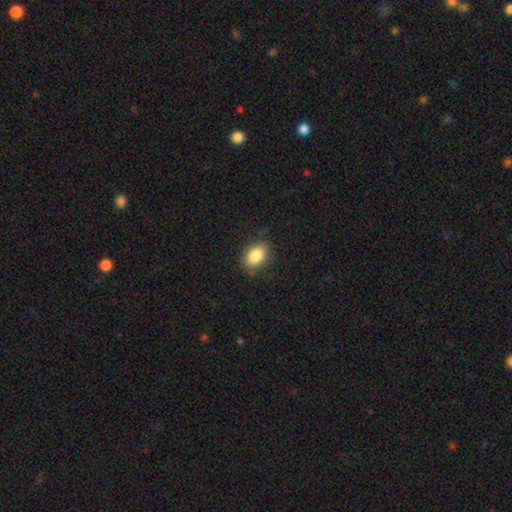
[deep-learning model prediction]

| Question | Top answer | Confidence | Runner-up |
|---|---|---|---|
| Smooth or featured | smooth | 86% | star or artifact (8%) |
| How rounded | in between | 87% | round (11%) |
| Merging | none | 82% | minor disturbance (14%) |